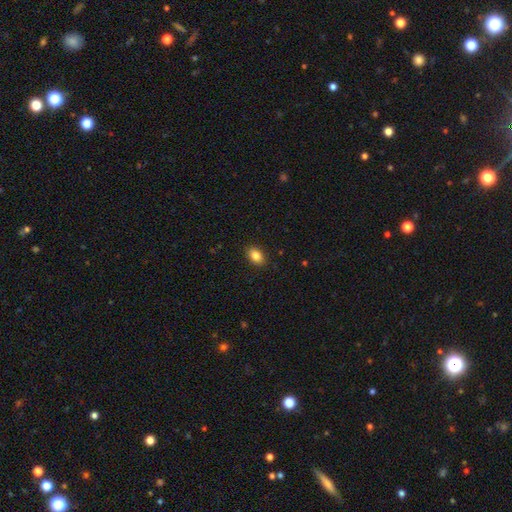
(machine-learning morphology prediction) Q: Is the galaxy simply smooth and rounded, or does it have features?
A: smooth — 85%.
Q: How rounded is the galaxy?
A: in between — 81%.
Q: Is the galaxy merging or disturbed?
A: none — 89%.